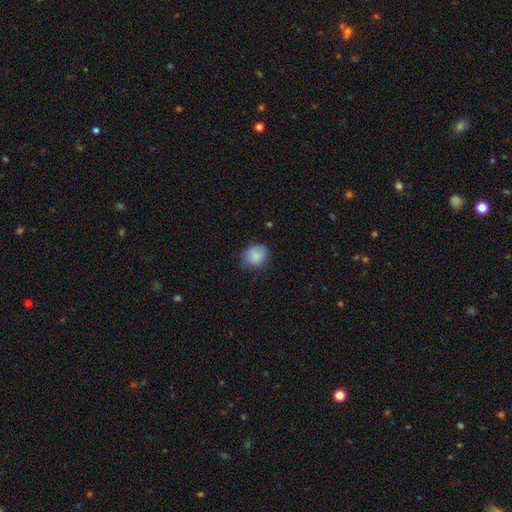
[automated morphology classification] Smooth or featured? smooth (87%)
How rounded? round (71%)
Merging? none (71%)